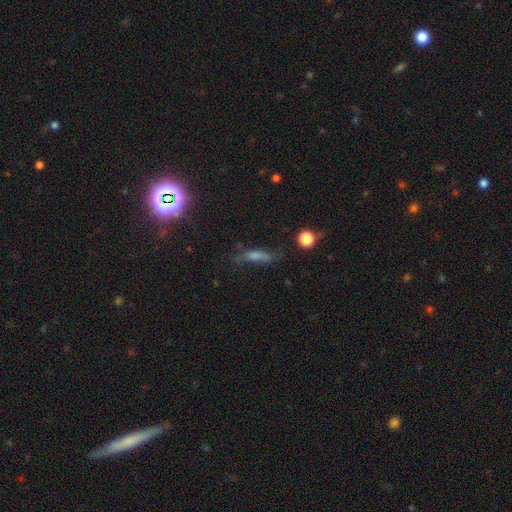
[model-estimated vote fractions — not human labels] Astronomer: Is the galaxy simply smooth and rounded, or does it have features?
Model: smooth — 48% (runner-up: featured or disk, 28%).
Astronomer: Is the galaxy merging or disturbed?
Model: none — 55%.